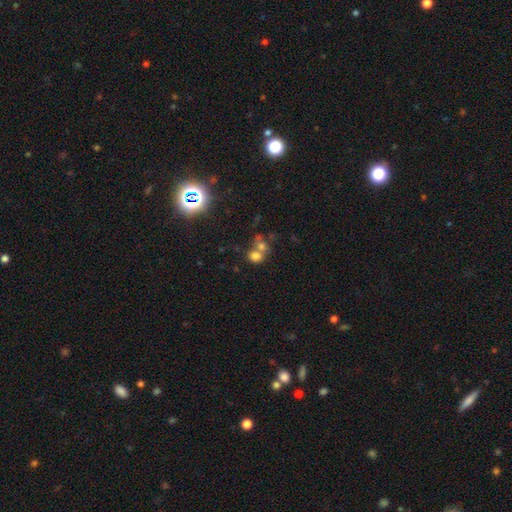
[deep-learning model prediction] A smooth galaxy with no disk features (70%) that is round (59%).

Vote fractions:
- Smooth or featured? smooth: 70% / star or artifact: 16% / featured or disk: 14%
- How rounded? round: 59% / in between: 39% / cigar-shaped: 1%
- Merging? merger: 59% / none: 30% / minor disturbance: 7% / major disturbance: 4%